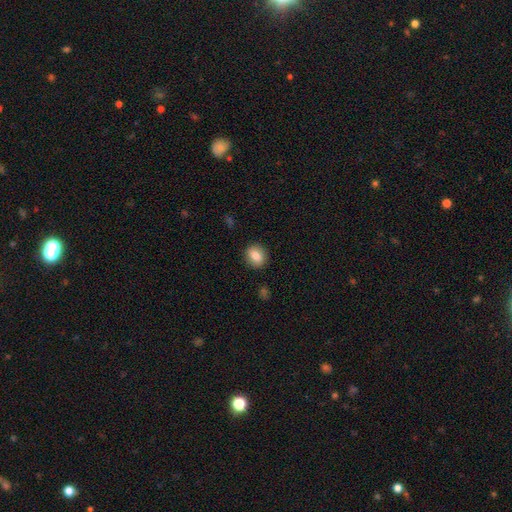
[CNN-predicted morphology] A smooth galaxy with no disk features (83%) that is round (62%).

Vote fractions:
- Smooth or featured? smooth: 83% / featured or disk: 9% / star or artifact: 8%
- How rounded? round: 62% / in between: 37% / cigar-shaped: 1%
- Merging? none: 89% / minor disturbance: 7% / major disturbance: 2% / merger: 1%